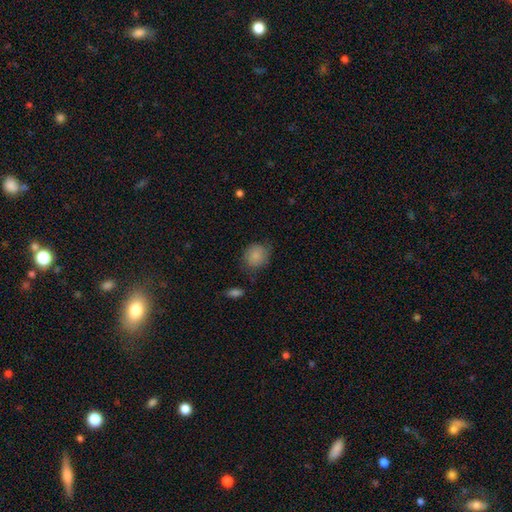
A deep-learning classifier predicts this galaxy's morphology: smooth-or-featured: smooth: 84% | star or artifact: 8% | featured or disk: 8%
  how-rounded: round: 75% | in between: 24% | cigar-shaped: 1%
  merging: none: 68% | minor disturbance: 24% | major disturbance: 6% | merger: 3%